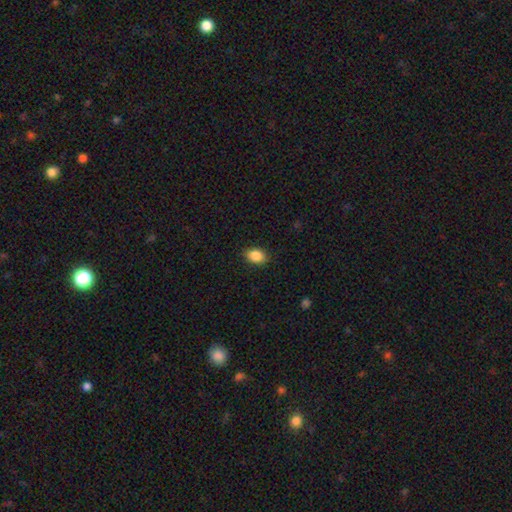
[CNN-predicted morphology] A smooth galaxy with no disk features (87%) that is in between round and cigar-shaped (78%).

Vote fractions:
- Smooth or featured? smooth: 87% / star or artifact: 8% / featured or disk: 4%
- How rounded? in between: 78% / round: 20% / cigar-shaped: 1%
- Merging? none: 88% / minor disturbance: 9% / major disturbance: 2% / merger: 1%